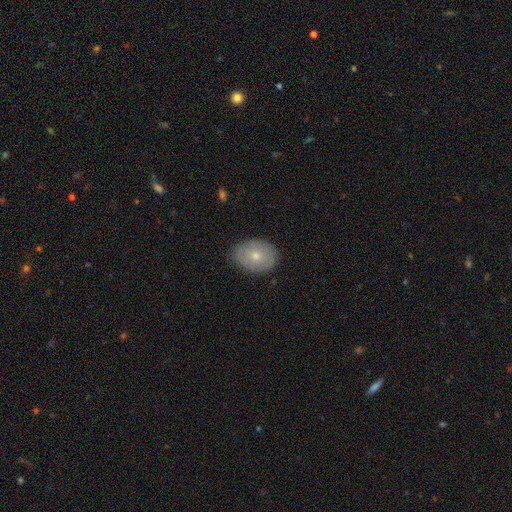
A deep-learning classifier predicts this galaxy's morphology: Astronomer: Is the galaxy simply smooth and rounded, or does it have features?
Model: smooth — 63%.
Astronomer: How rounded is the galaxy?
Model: in between — 72%.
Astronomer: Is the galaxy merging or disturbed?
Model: none — 84%.